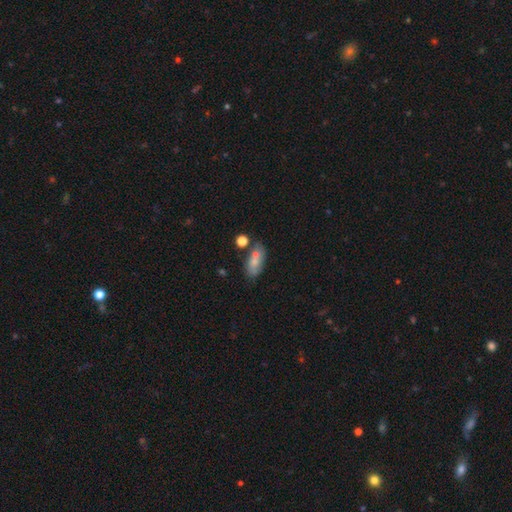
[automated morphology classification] type=smooth (55%); roundness=in between (78%); merging=none (59%).